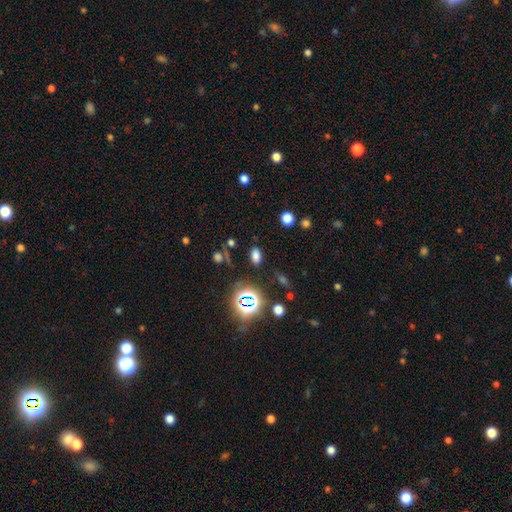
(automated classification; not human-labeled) A smooth galaxy with no disk features (69%) that is in between round and cigar-shaped (86%).

Vote fractions:
- Smooth or featured? smooth: 69% / star or artifact: 25% / featured or disk: 6%
- How rounded? in between: 86% / round: 11% / cigar-shaped: 3%
- Merging? none: 83% / minor disturbance: 10% / major disturbance: 4% / merger: 3%